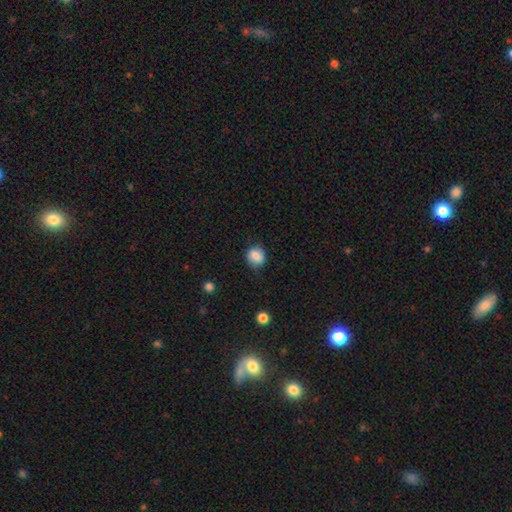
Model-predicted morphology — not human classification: Smooth or featured? Predicted: smooth (p=0.78). How rounded? Predicted: round (p=0.74). Merging? Predicted: none (p=0.80).